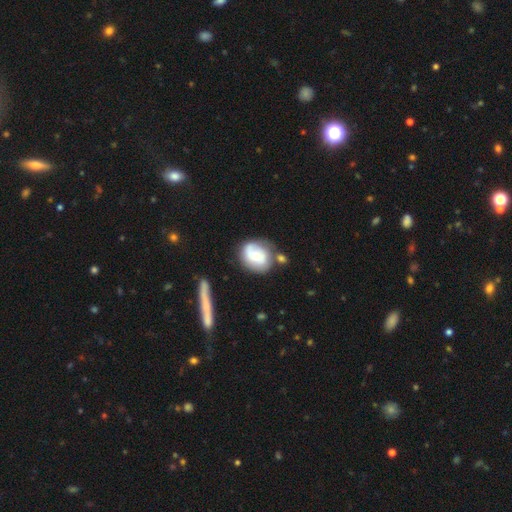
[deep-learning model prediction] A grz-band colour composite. It shows a smooth galaxy with no disk features (53%) that is round (61%). Merging: none (56%).